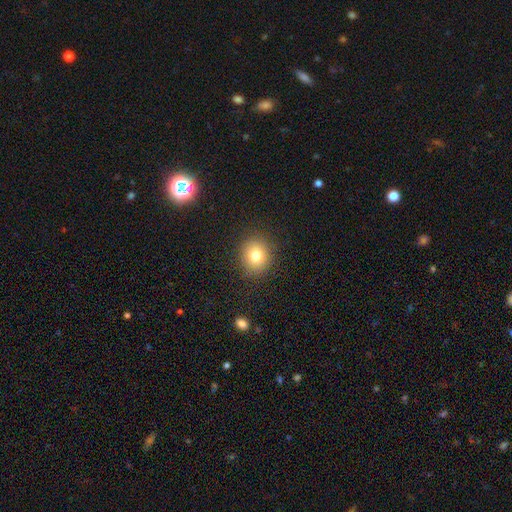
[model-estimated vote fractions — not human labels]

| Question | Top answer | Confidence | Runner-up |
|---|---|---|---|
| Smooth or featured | smooth | 79% | star or artifact (12%) |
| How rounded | round | 81% | in between (18%) |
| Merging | none | 88% | minor disturbance (8%) |